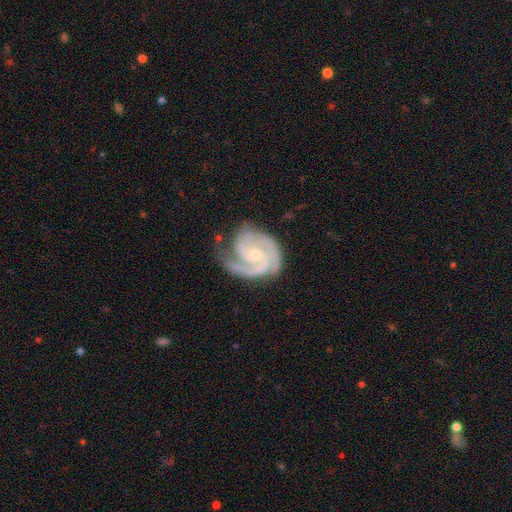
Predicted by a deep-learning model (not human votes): A featured or disk galaxy (92%) with no bar (60%), 3 (45%) tight (64%) spiral arms (98%) and a small central bulge (61%).

Vote fractions:
- Smooth or featured? featured or disk: 92% / smooth: 4% / star or artifact: 4%
- Edge-on disk? no: 98% / yes: 2%
- Bar? no: 60% / weak: 32% / strong: 8%
- Spiral arms? yes: 98% / no: 2%
- Spiral winding? tight: 64% / medium: 32% / loose: 4%
- Spiral arm count? 3: 45% / 2: 35% / can't tell: 7% / 1: 5% / 4: 4% / more than 4: 3%
- Bulge size? small: 61% / moderate: 31% / none: 6% / large: 1% / dominant: 1%
- Merging? none: 66% / minor disturbance: 22% / major disturbance: 10% / merger: 2%